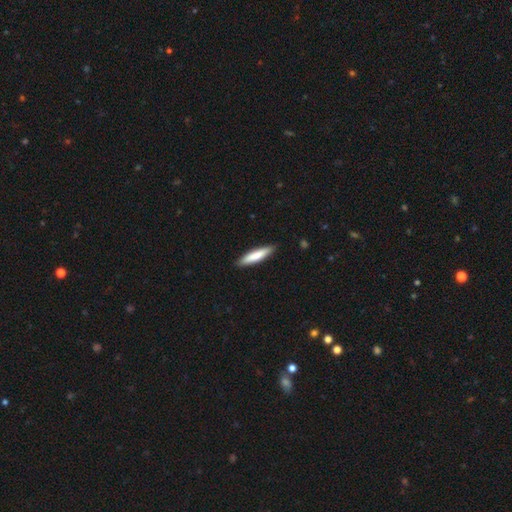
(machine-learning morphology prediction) The model was most divided on "smooth or featured": smooth: 74%, featured or disk: 22%, star or artifact: 5%. More confident: merging — none (89%); how rounded — cigar-shaped (83%).